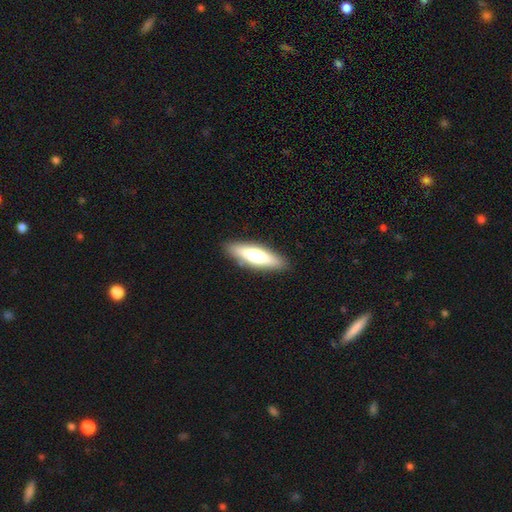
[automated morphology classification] This is likely a smooth galaxy (62%). How rounded: likely cigar-shaped (62%). Merging: clearly none (88%).